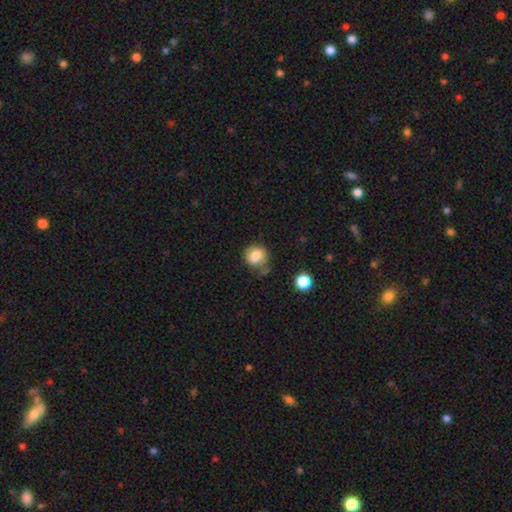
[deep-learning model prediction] smooth 78%, featured or disk 12%, star or artifact 10%. Down the decision tree: how rounded — round (69%); merging — none (53%).